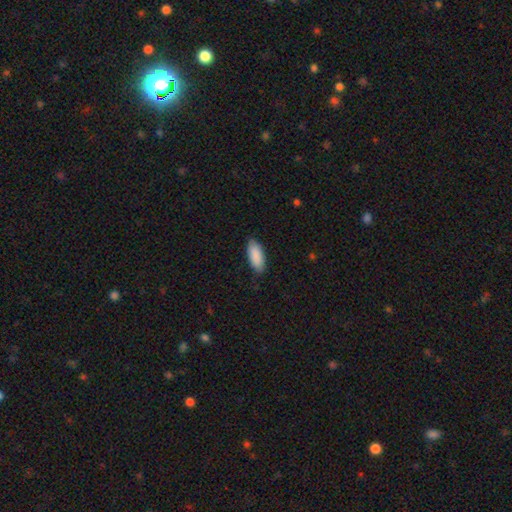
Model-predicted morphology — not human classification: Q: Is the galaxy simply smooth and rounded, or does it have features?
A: smooth — 90%.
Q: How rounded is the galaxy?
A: in between — 85%.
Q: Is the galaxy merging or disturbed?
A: none — 85%.